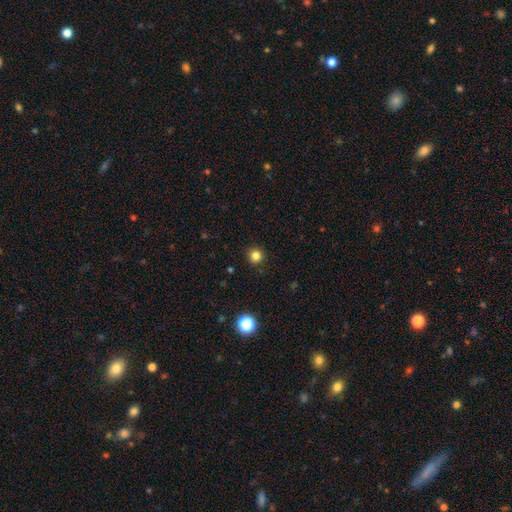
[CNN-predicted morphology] Smooth or featured?
  - smooth: 82% *
  - star or artifact: 14%
  - featured or disk: 4%
How rounded?
  - round: 94% *
  - in between: 5%
  - cigar-shaped: 1%
Merging?
  - none: 91% *
  - minor disturbance: 6%
  - major disturbance: 2%
  - merger: 1%